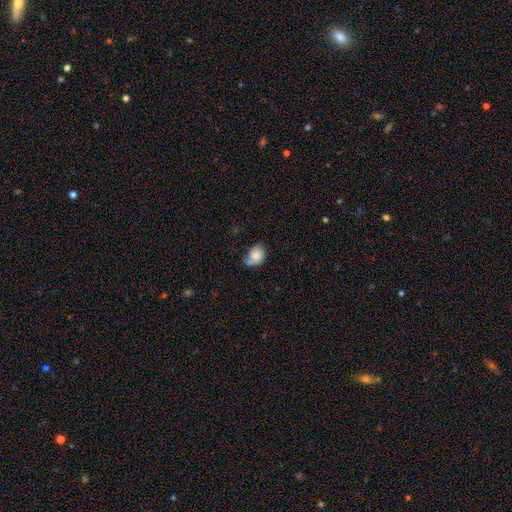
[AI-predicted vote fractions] smooth 78%, featured or disk 14%, star or artifact 8%. Down the decision tree: how rounded — round (53%); merging — none (39%).